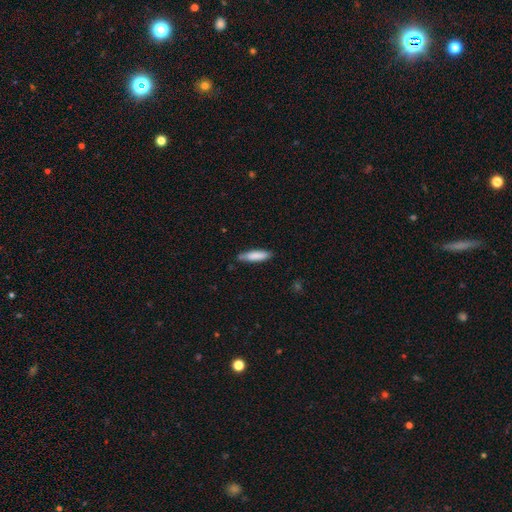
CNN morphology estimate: Smooth or featured? smooth (82%)
How rounded? cigar-shaped (76%)
Merging? none (80%)